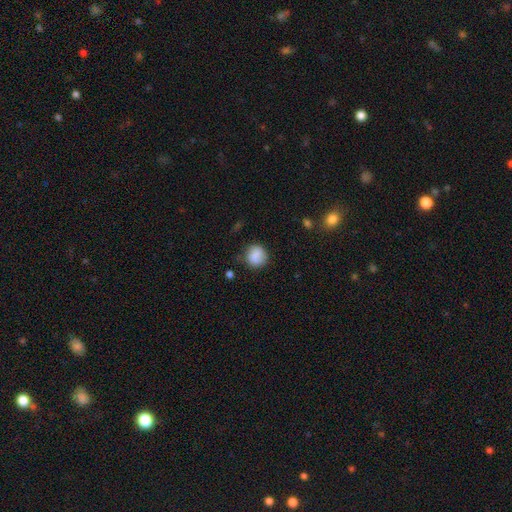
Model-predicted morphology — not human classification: Q: Smooth or featured?
A: smooth (86%); runner-up: star or artifact (8%)
Q: How rounded?
A: round (84%); runner-up: in between (15%)
Q: Merging?
A: none (75%); runner-up: minor disturbance (17%)